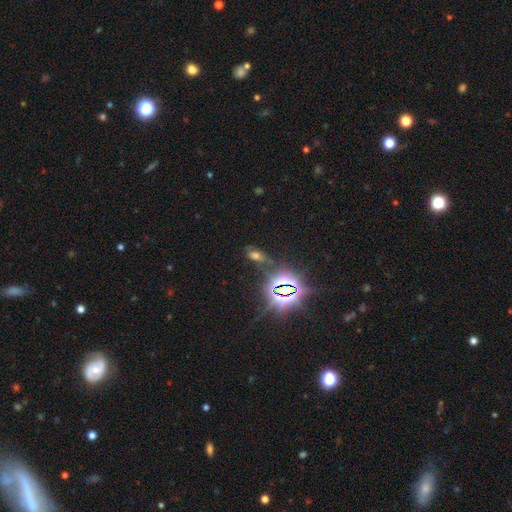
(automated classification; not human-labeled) A star or artifact, not a galaxy (47%).

Vote fractions:
- Smooth or featured? star or artifact: 47% / smooth: 39% / featured or disk: 14%